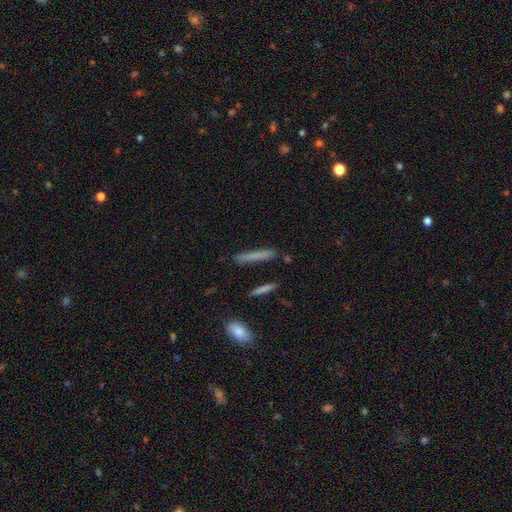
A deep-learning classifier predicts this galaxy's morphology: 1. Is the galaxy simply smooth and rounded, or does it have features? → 68% smooth, 25% featured or disk, 7% star or artifact.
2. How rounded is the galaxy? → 95% cigar-shaped, 3% in between, 2% round.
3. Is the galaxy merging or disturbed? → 88% none, 8% minor disturbance, 2% merger, 2% major disturbance.